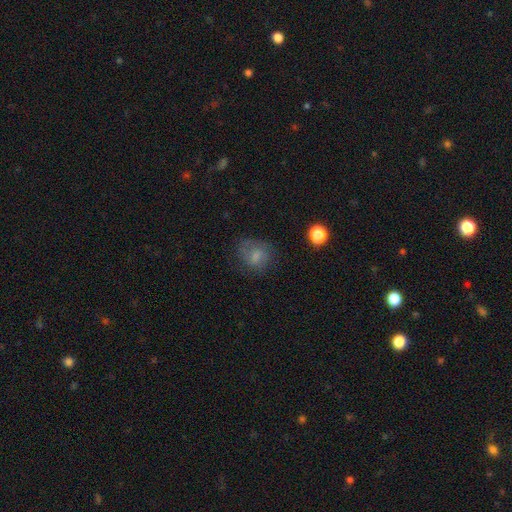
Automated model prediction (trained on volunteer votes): A smooth galaxy with no disk features (65%) that is round (66%).

Vote fractions:
- Smooth or featured? smooth: 65% / featured or disk: 22% / star or artifact: 13%
- How rounded? round: 66% / in between: 33% / cigar-shaped: 1%
- Merging? none: 59% / minor disturbance: 23% / major disturbance: 15% / merger: 2%